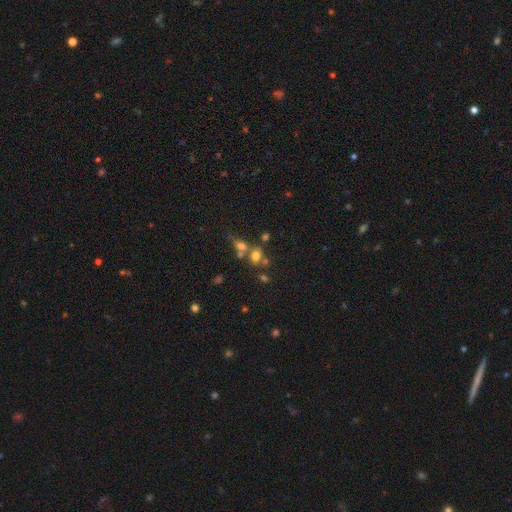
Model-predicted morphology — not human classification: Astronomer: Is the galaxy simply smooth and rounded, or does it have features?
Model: smooth — 66%.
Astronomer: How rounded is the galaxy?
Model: round — 53% (runner-up: in between, 45%).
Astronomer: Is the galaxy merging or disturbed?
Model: none — 44% (runner-up: merger, 40%).